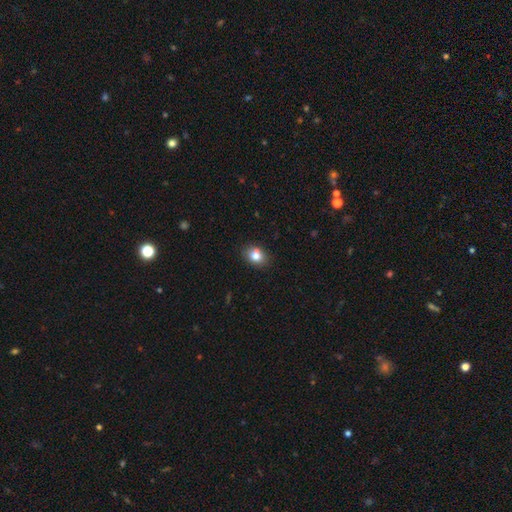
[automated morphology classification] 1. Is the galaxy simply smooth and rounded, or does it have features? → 79% smooth, 11% featured or disk, 11% star or artifact.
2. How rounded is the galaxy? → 54% in between, 45% round, 1% cigar-shaped.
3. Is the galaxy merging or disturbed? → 73% none, 15% minor disturbance, 9% merger, 3% major disturbance.